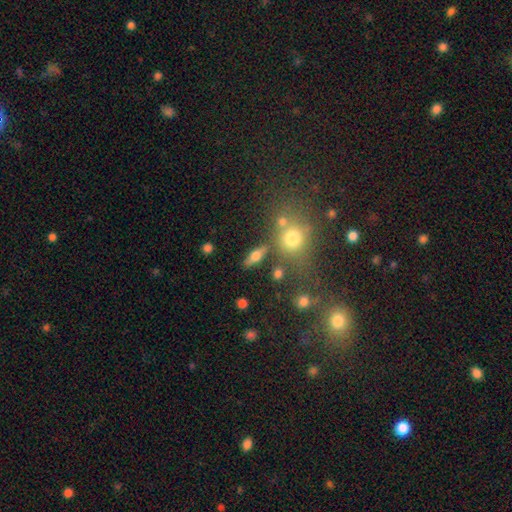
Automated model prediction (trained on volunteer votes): Q: Smooth or featured?
A: smooth (53%); runner-up: featured or disk (35%)
Q: How rounded?
A: in between (56%); runner-up: cigar-shaped (31%)
Q: Merging?
A: none (75%); runner-up: minor disturbance (11%)